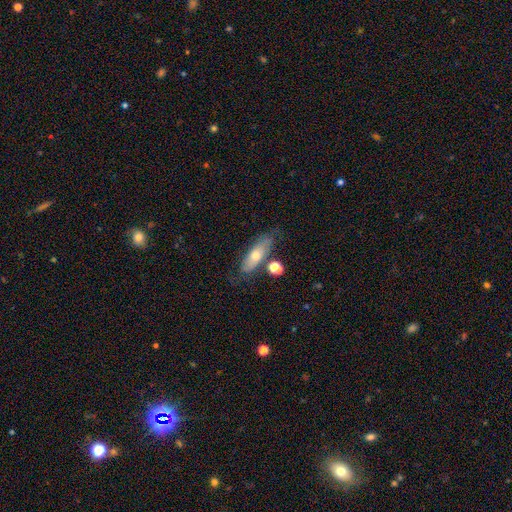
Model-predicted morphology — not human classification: smooth-or-featured: smooth: 59% | featured or disk: 33% | star or artifact: 8%
  how-rounded: in between: 58% | cigar-shaped: 39% | round: 4%
  merging: none: 67% | minor disturbance: 18% | merger: 9% | major disturbance: 6%